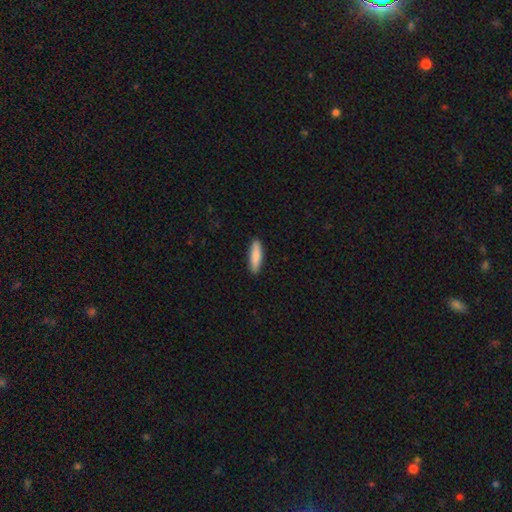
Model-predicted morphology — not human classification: Smooth or featured? smooth (85%)
How rounded? cigar-shaped (71%)
Merging? none (90%)